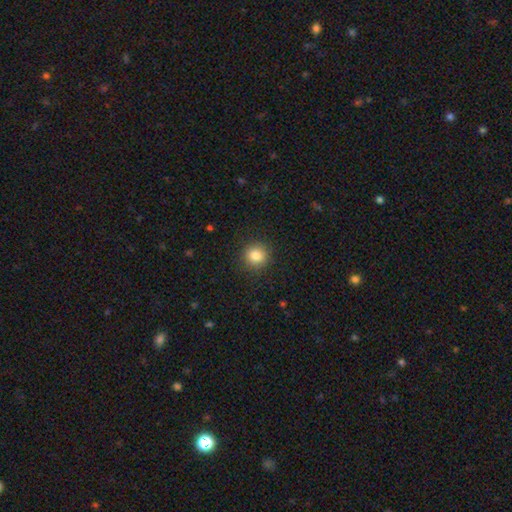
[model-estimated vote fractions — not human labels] smooth_or_featured: smooth (p=0.84) [alt: star or artifact p=0.11]
how_rounded: round (p=0.91) [alt: in between p=0.08]
merging: none (p=0.90) [alt: minor disturbance p=0.07]